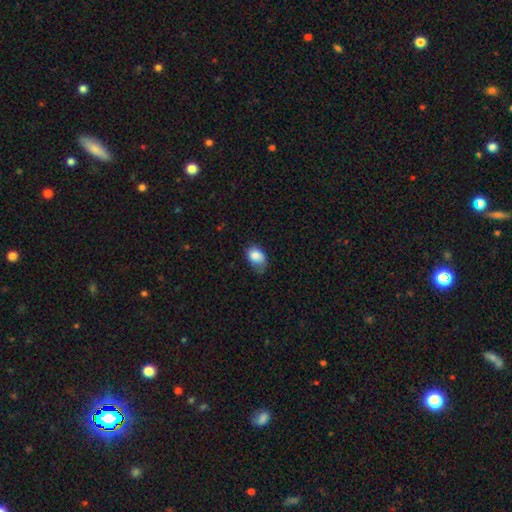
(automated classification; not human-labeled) Smooth or featured?
  - smooth: 84% *
  - featured or disk: 9%
  - star or artifact: 8%
How rounded?
  - in between: 80% *
  - round: 19%
  - cigar-shaped: 1%
Merging?
  - none: 45% *
  - minor disturbance: 40%
  - major disturbance: 14%
  - merger: 2%